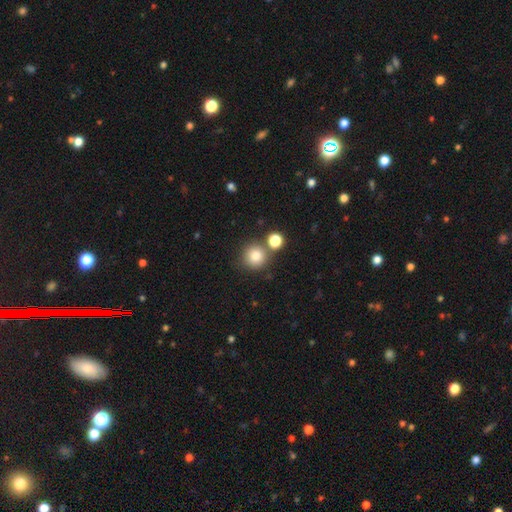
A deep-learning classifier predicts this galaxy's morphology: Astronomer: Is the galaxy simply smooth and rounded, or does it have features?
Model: smooth — 79%.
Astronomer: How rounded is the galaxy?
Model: round — 93%.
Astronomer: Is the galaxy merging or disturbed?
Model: none — 72%.